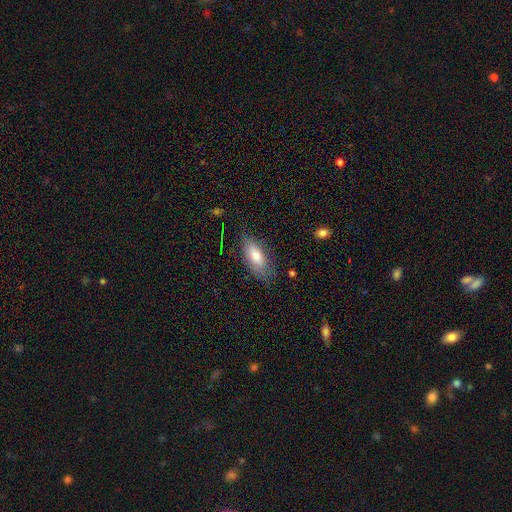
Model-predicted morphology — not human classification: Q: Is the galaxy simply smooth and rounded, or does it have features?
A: smooth — 74%.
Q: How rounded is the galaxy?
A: in between — 83%.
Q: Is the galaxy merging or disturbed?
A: none — 74%.